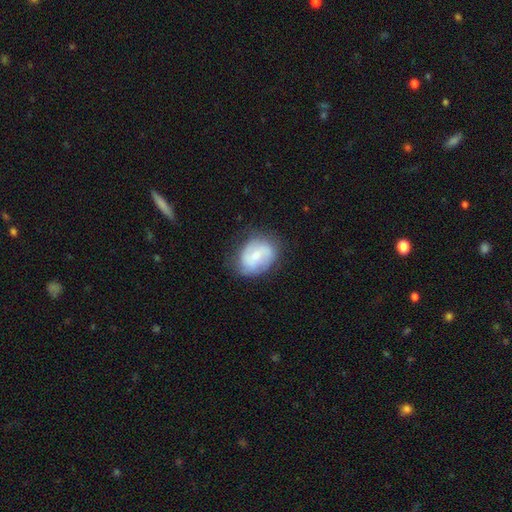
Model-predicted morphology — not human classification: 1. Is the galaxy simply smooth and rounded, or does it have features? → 51% featured or disk, 42% smooth, 7% star or artifact.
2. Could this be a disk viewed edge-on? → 97% no, 3% yes.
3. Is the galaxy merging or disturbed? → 69% none, 22% minor disturbance, 7% major disturbance, 1% merger.